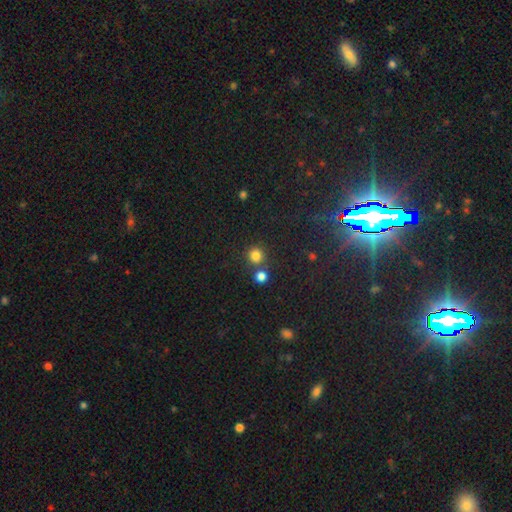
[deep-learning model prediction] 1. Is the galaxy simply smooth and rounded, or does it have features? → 80% smooth, 15% star or artifact, 5% featured or disk.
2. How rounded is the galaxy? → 92% round, 7% in between, 1% cigar-shaped.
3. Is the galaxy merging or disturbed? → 72% none, 18% merger, 7% minor disturbance, 3% major disturbance.